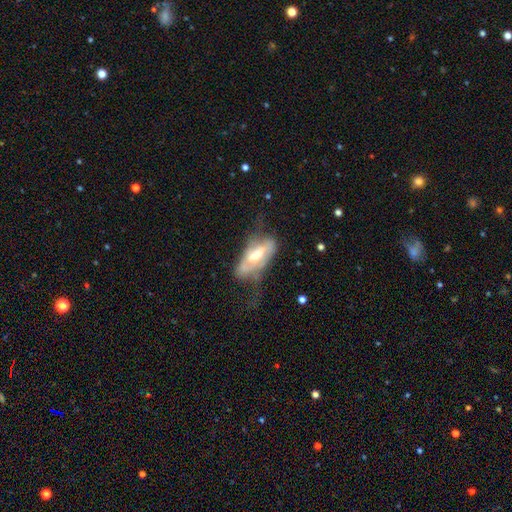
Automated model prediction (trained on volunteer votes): Overall: featured or disk (56%; smooth 37%). Edge-on disk: no (83%). Merging: none (34%; major disturbance 32%).